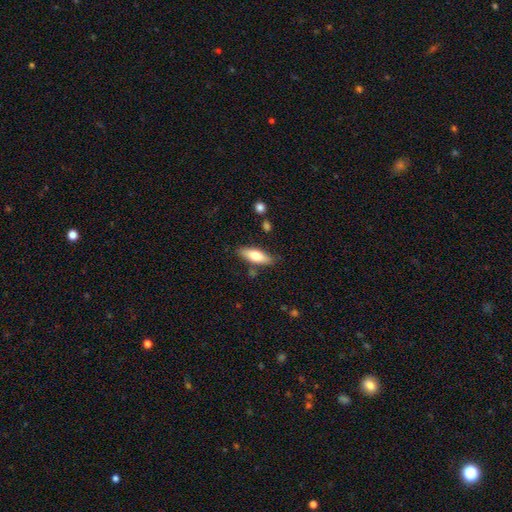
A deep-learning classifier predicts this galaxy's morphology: The model was most divided on "how rounded": in between: 61%, cigar-shaped: 37%, round: 2%. More confident: merging — none (81%); smooth or featured — smooth (70%).